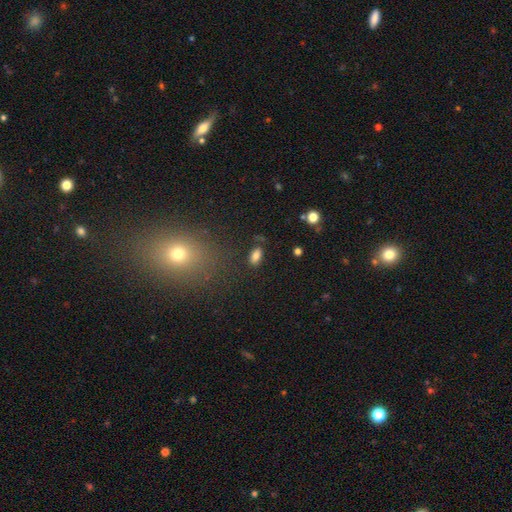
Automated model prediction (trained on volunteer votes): Morphology: type=smooth (83%); roundness=in between (91%); merging=none (81%).